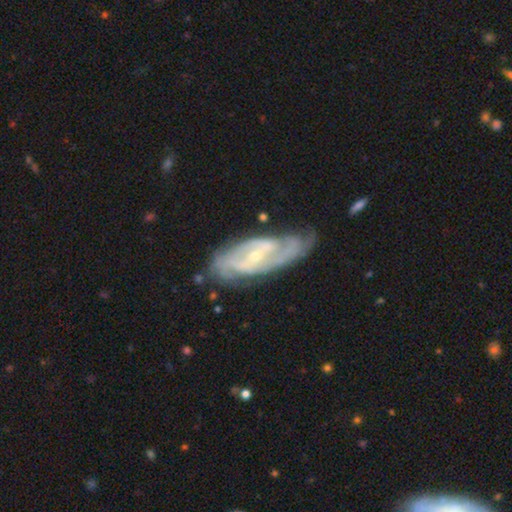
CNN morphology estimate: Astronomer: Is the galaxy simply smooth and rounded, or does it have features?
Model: featured or disk — 87%.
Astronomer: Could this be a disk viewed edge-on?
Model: no — 91%.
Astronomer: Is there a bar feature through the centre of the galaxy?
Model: weak — 43% (runner-up: no, 30%).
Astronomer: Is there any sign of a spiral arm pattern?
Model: yes — 94%.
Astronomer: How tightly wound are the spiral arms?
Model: tight — 48% (runner-up: medium, 40%).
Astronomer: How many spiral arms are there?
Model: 2 — 57%.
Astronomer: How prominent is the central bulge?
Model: small — 66%.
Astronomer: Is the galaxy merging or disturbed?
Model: none — 66%.